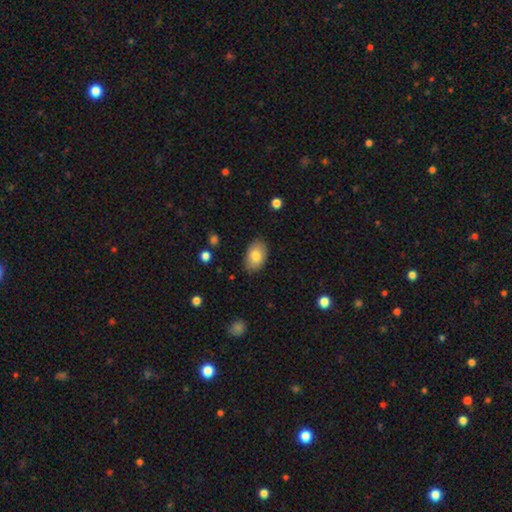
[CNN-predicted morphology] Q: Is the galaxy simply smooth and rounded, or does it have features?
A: smooth — 81%.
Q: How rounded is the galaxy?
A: in between — 88%.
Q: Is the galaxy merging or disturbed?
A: none — 84%.